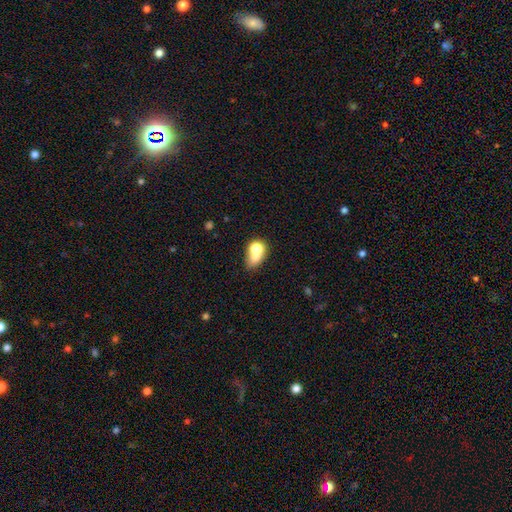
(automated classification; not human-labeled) Overall: smooth (68%). How rounded: in between (58%; round 40%). Merging: merger (52%; none 28%).